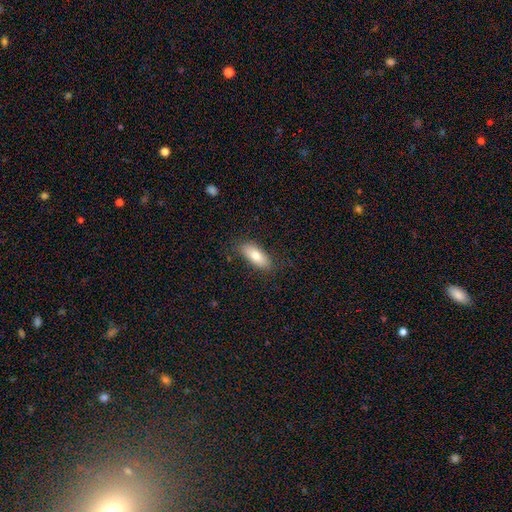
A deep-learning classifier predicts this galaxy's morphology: smooth-or-featured: smooth: 79% | featured or disk: 14% | star or artifact: 7%
  how-rounded: in between: 79% | cigar-shaped: 18% | round: 2%
  merging: none: 82% | minor disturbance: 14% | major disturbance: 3% | merger: 1%